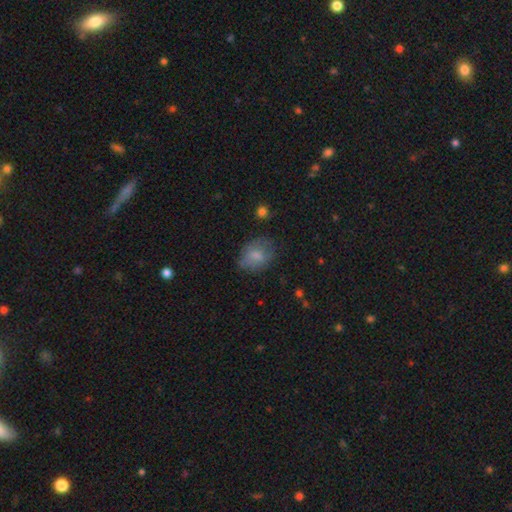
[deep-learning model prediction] Overall: smooth (73%). How rounded: in between (61%; round 38%). Merging: none (64%; minor disturbance 25%).